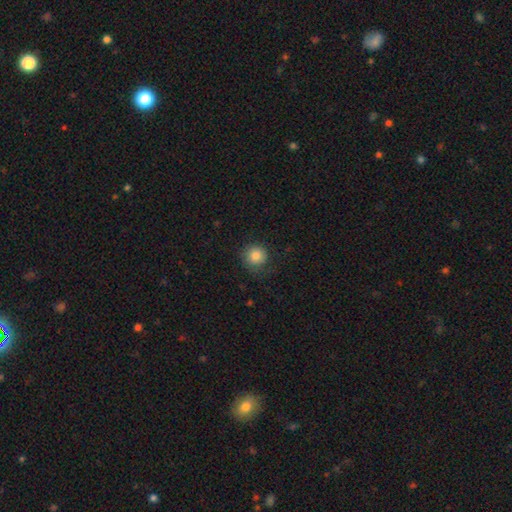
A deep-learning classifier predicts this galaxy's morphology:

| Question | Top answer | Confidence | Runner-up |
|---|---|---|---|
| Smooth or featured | smooth | 83% | star or artifact (9%) |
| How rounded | round | 92% | in between (7%) |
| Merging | none | 76% | minor disturbance (16%) |